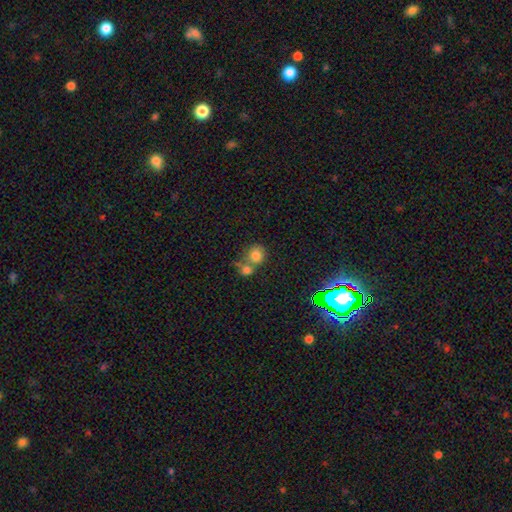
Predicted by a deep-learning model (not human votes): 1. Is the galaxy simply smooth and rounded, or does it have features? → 78% smooth, 13% star or artifact, 9% featured or disk.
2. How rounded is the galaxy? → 84% round, 16% in between, 1% cigar-shaped.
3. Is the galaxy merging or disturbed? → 47% merger, 41% none, 8% minor disturbance, 4% major disturbance.